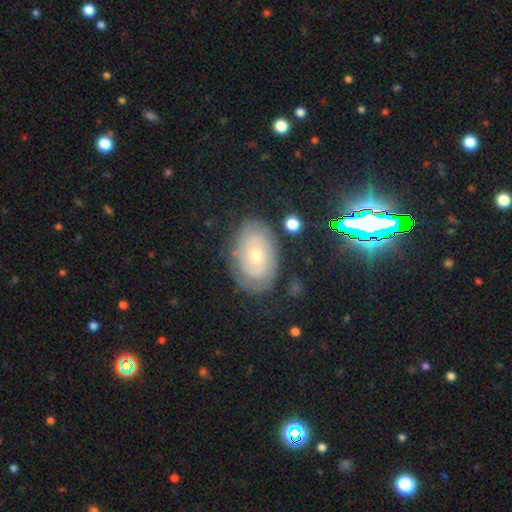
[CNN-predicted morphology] Smooth or featured?
  - featured or disk: 72% *
  - smooth: 20%
  - star or artifact: 9%
Edge-on disk?
  - no: 96% *
  - yes: 4%
Bar?
  - no: 76% *
  - weak: 21%
  - strong: 4%
Spiral arms?
  - yes: 88% *
  - no: 12%
Spiral winding?
  - tight: 74% *
  - medium: 20%
  - loose: 6%
Spiral arm count?
  - can't tell: 47% *
  - 2: 30%
  - 3: 10%
  - 4: 5%
  - 1: 4%
  - more than 4: 4%
Bulge size?
  - small: 61% *
  - moderate: 35%
  - large: 2%
  - none: 1%
  - dominant: 1%
Merging?
  - none: 76% *
  - minor disturbance: 17%
  - major disturbance: 6%
  - merger: 2%